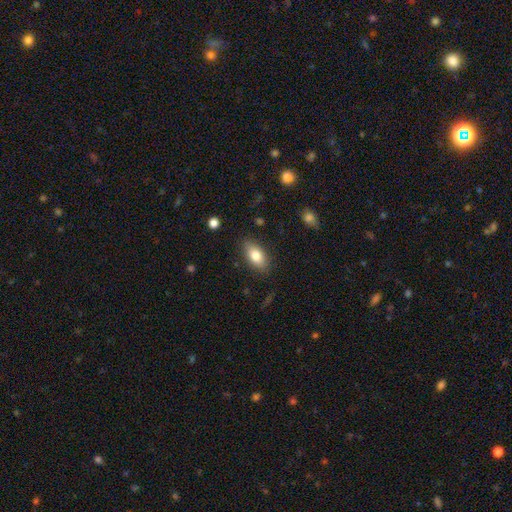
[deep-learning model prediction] The model was most divided on "smooth or featured": smooth: 80%, featured or disk: 13%, star or artifact: 7%. More confident: how rounded — in between (89%); merging — none (85%).